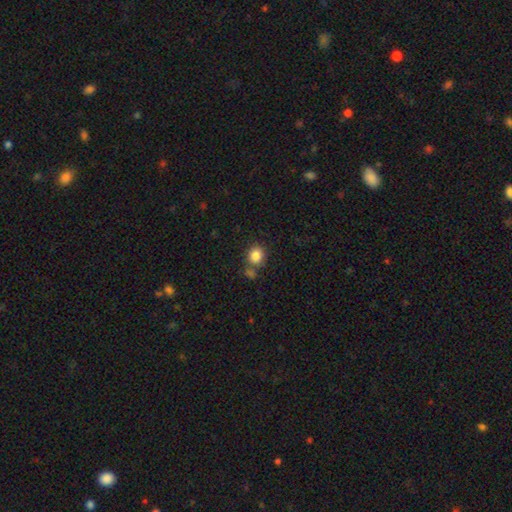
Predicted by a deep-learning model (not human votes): This is clearly a smooth galaxy (85%). How rounded: likely round (76%). Merging: likely none (68%).